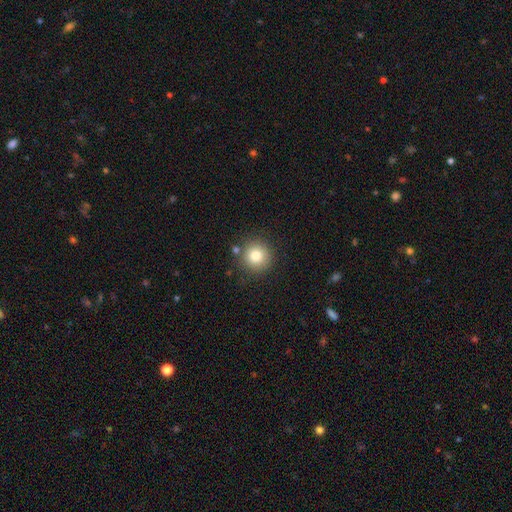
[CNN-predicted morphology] Smooth or featured? Predicted: smooth (p=0.79). How rounded? Predicted: round (p=0.95). Merging? Predicted: none (p=0.83).